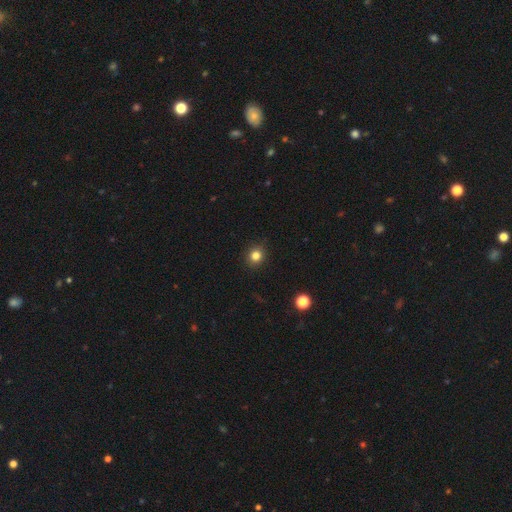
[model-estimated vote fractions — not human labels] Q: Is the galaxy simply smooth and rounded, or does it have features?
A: smooth — 82%.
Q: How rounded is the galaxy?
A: round — 85%.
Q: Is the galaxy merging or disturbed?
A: none — 91%.